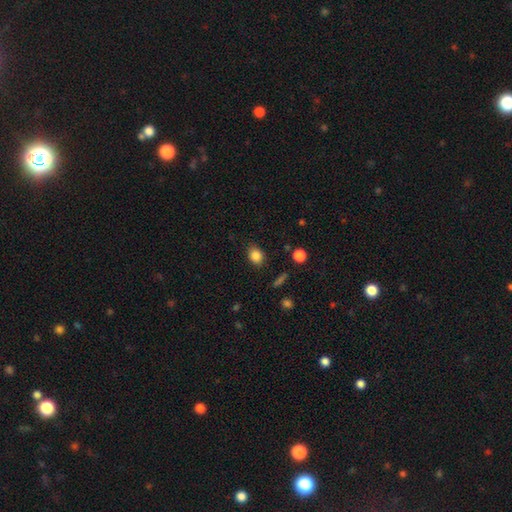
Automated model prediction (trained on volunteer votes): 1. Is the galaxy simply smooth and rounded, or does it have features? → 85% smooth, 10% star or artifact, 5% featured or disk.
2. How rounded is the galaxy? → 54% in between, 45% round, 1% cigar-shaped.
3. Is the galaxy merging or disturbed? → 83% none, 12% minor disturbance, 3% major disturbance, 2% merger.